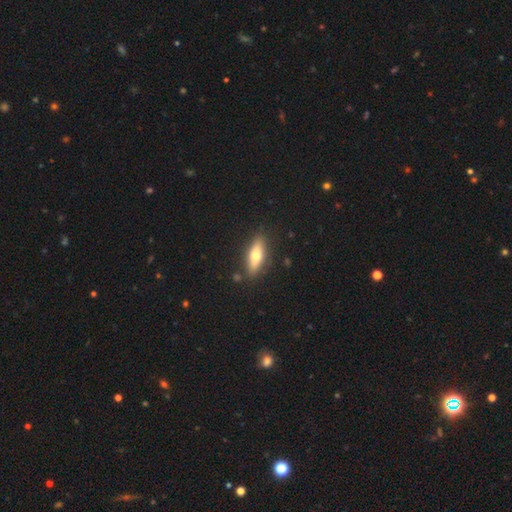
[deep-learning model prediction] smooth 61%, featured or disk 33%, star or artifact 6%. Down the decision tree: how rounded — in between (54%); merging — none (85%).